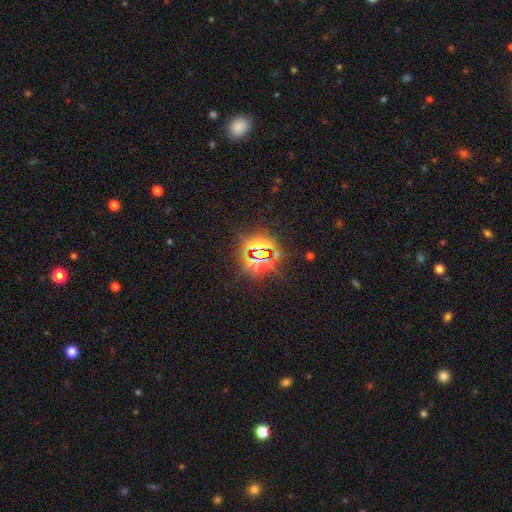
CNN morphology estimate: star or artifact 78%, smooth 12%, featured or disk 9%.